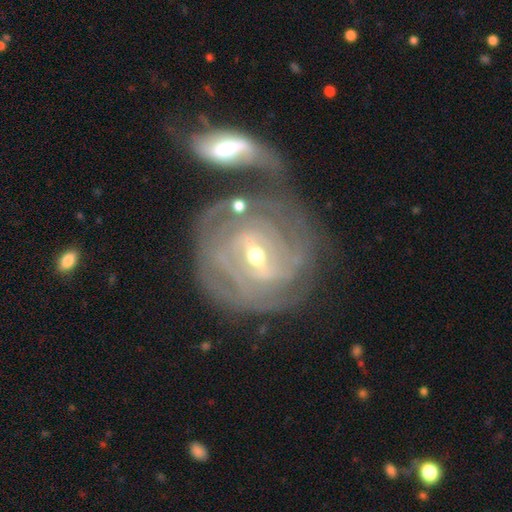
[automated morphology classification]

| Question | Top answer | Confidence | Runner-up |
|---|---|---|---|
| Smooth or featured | featured or disk | 86% | smooth (9%) |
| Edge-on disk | no | 95% | yes (5%) |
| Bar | weak | 46% | strong (39%) |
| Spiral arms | yes | 91% | no (9%) |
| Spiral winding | tight | 74% | medium (20%) |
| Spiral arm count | can't tell | 43% | 2 (19%) |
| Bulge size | moderate | 54% | small (41%) |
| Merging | none | 40% | merger (36%) |